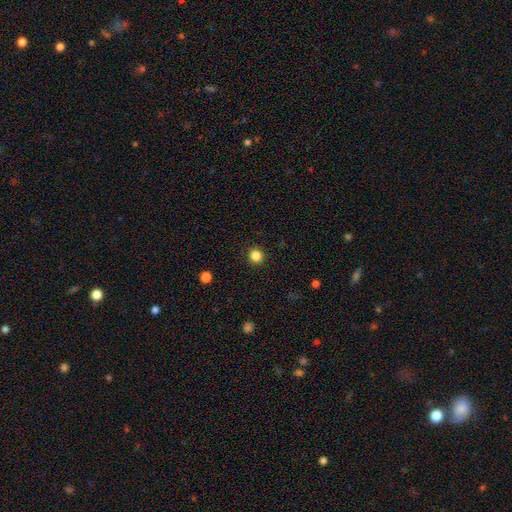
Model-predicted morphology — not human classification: type=smooth (84%); roundness=round (93%); merging=none (92%).